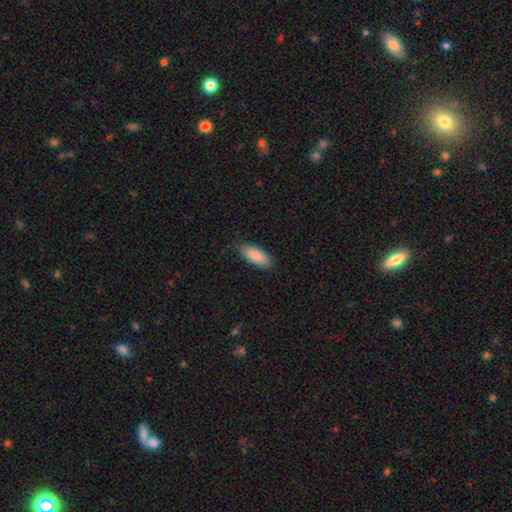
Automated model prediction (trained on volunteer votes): Morphology: type=smooth (87%); roundness=in between (77%); merging=none (85%).